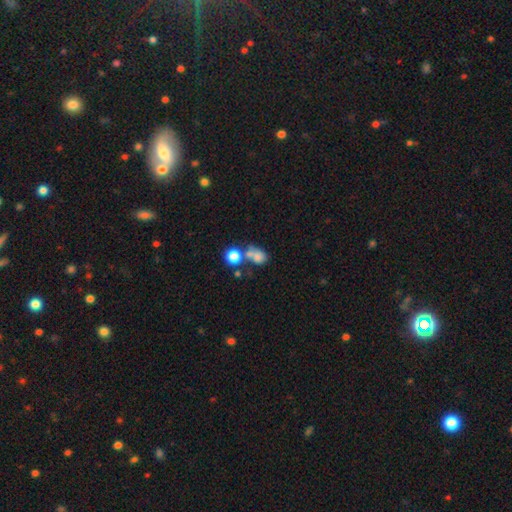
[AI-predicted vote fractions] Morphology: type=smooth (67%); roundness=in between (51%); merging=merger (46%).